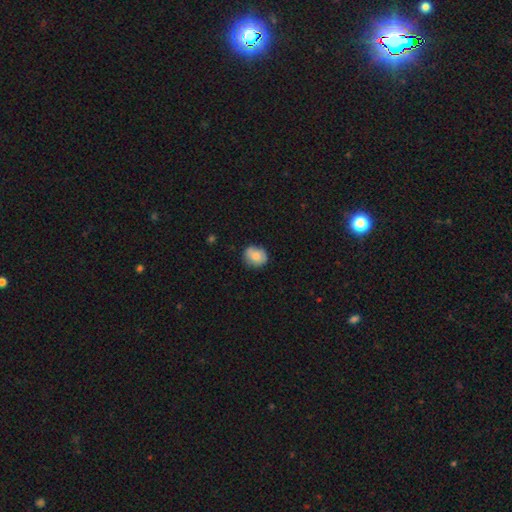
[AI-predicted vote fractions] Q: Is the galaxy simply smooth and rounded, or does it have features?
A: smooth — 75%.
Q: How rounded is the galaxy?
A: round — 75%.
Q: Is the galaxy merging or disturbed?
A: none — 73%.